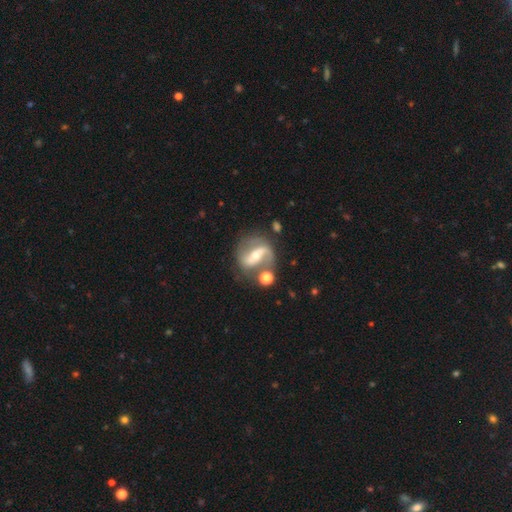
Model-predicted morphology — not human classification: Smooth or featured?
  - featured or disk: 85% *
  - smooth: 9%
  - star or artifact: 6%
Edge-on disk?
  - no: 95% *
  - yes: 5%
Bar?
  - strong: 58% *
  - weak: 26%
  - no: 16%
Spiral arms?
  - yes: 92% *
  - no: 8%
Spiral winding?
  - medium: 43% *
  - loose: 42%
  - tight: 16%
Spiral arm count?
  - 2: 89% *
  - 1: 4%
  - can't tell: 4%
  - 3: 1%
  - 4: 1%
  - more than 4: 1%
Bulge size?
  - moderate: 50% *
  - small: 45%
  - large: 2%
  - none: 1%
  - dominant: 1%
Merging?
  - none: 68% *
  - minor disturbance: 15%
  - merger: 9%
  - major disturbance: 8%